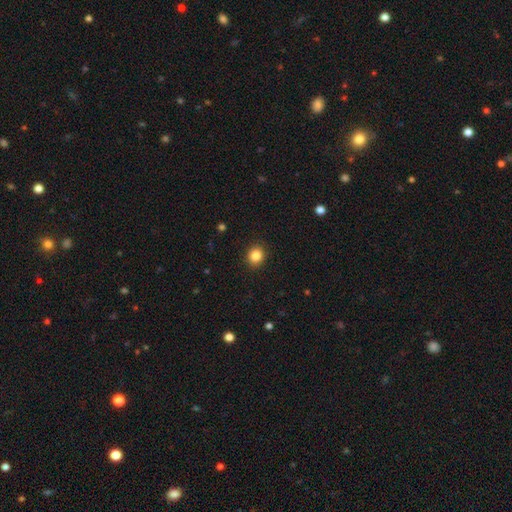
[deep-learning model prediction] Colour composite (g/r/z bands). It shows a smooth galaxy with no disk features (86%) that is round (81%). Merging: none (91%).